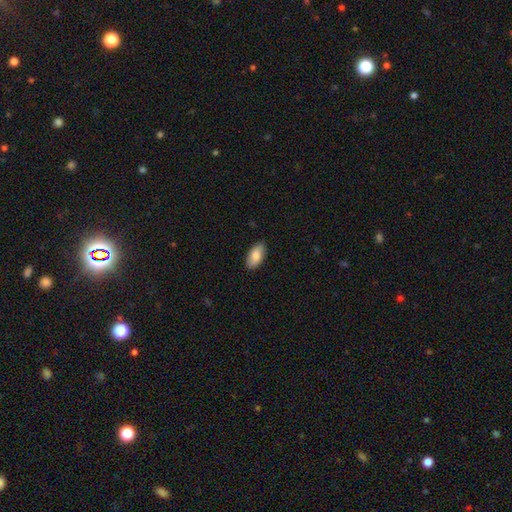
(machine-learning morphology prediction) A smooth galaxy with no disk features (85%) that is in between round and cigar-shaped (92%). Merging: none (87%).